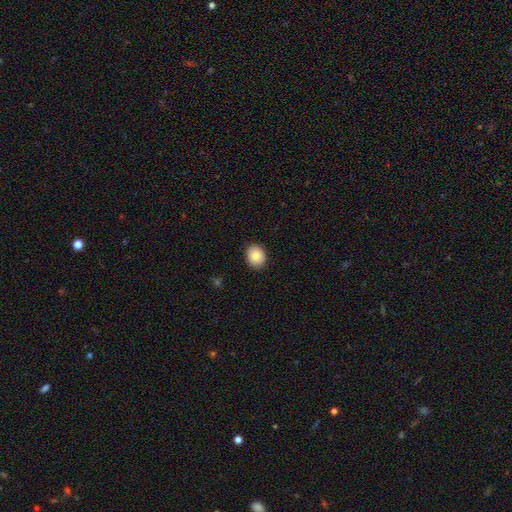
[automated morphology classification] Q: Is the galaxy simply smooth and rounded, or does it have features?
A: smooth — 80%.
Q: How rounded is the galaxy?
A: round — 60%.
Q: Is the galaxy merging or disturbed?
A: none — 88%.